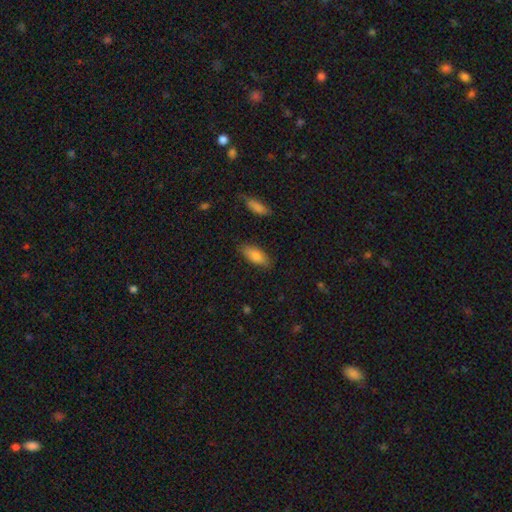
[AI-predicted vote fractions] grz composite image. It shows a smooth galaxy with no disk features (79%) that is in between round and cigar-shaped (78%). Merging: none (85%).